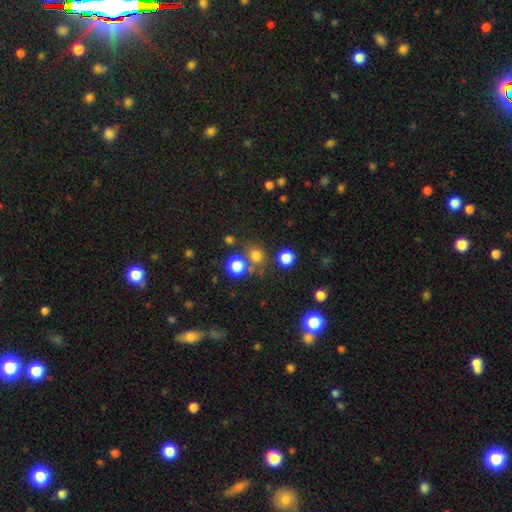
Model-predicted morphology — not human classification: Smooth or featured?
  - smooth: 75% *
  - star or artifact: 19%
  - featured or disk: 6%
How rounded?
  - round: 84% *
  - in between: 15%
  - cigar-shaped: 1%
Merging?
  - none: 70% *
  - merger: 16%
  - minor disturbance: 9%
  - major disturbance: 4%